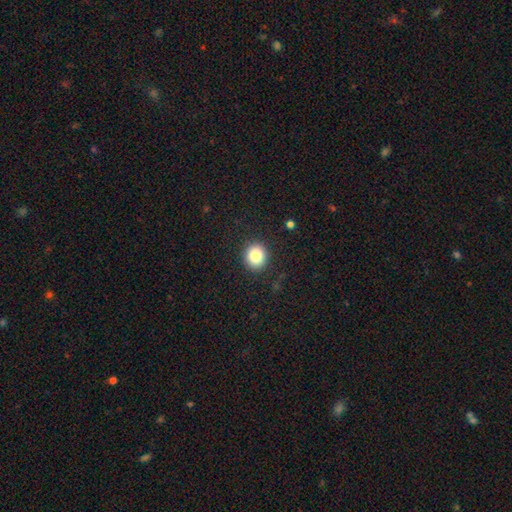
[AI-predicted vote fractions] Smooth or featured? smooth (83%)
How rounded? round (83%)
Merging? none (90%)